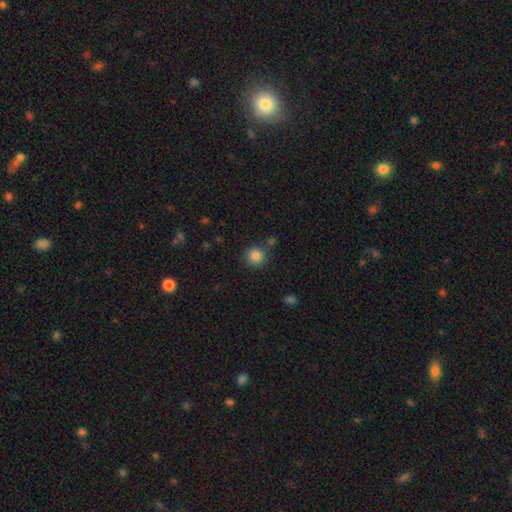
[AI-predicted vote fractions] Overall: smooth (84%). How rounded: round (92%). Merging: none (82%).